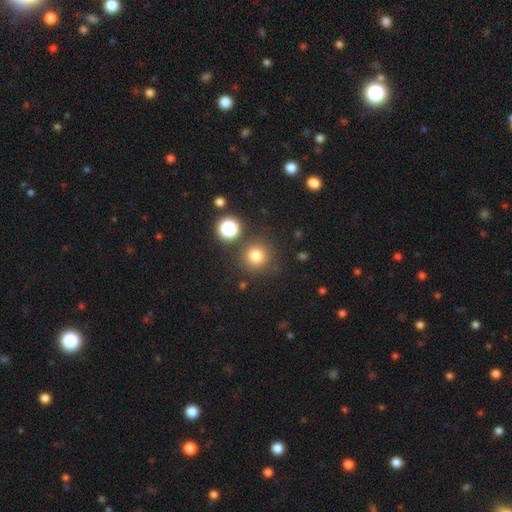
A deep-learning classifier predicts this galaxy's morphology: Smooth or featured? smooth (78%)
How rounded? round (94%)
Merging? none (83%)